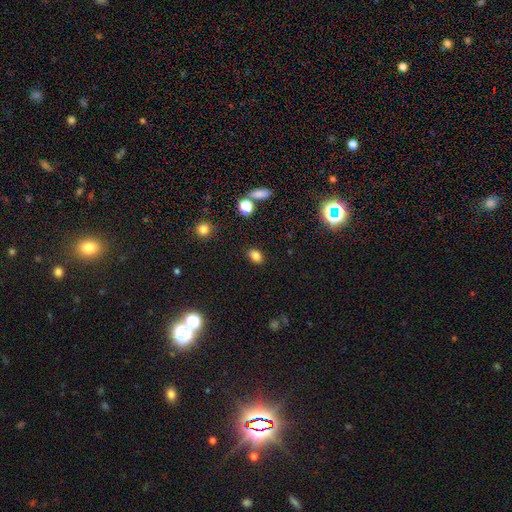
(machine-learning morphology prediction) Smooth or featured? smooth (81%)
How rounded? in between (77%)
Merging? none (85%)